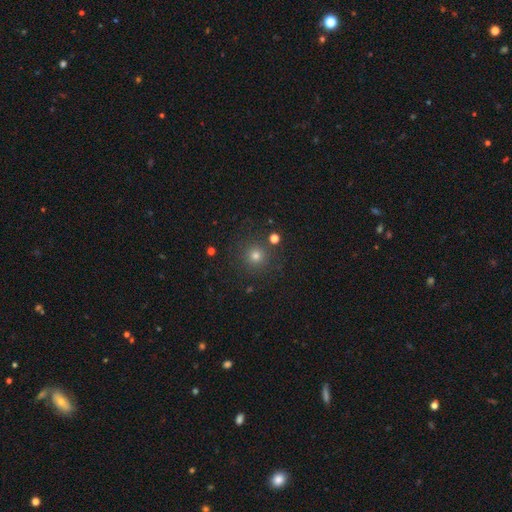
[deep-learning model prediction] Smooth or featured? smooth (73%)
How rounded? round (95%)
Merging? none (87%)